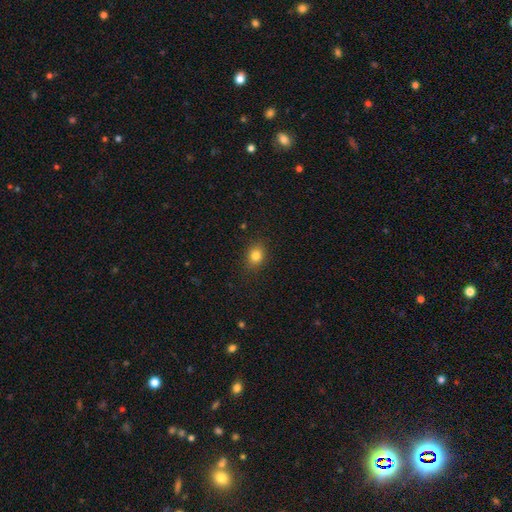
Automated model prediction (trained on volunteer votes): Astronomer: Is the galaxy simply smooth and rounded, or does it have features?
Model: smooth — 82%.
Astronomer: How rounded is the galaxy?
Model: round — 58% (runner-up: in between, 41%).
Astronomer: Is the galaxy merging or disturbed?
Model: none — 87%.